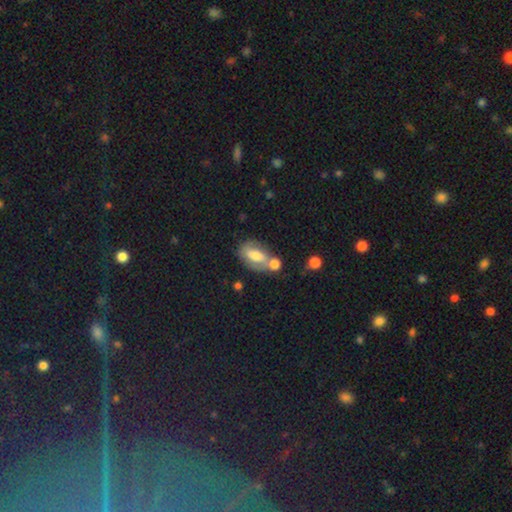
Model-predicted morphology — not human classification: The model was most divided on "merging": none: 42%, merger: 31%, minor disturbance: 18%, major disturbance: 9%. More confident: how rounded — in between (85%); smooth or featured — smooth (51%).